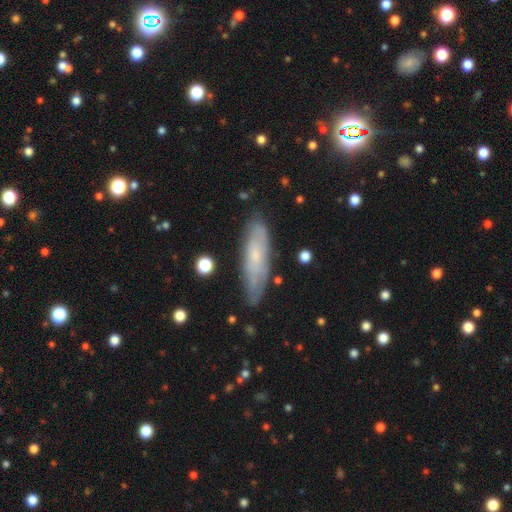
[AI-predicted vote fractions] The model was most divided on "smooth or featured": smooth: 51%, featured or disk: 41%, star or artifact: 7%. More confident: merging — none (78%); how rounded — cigar-shaped (62%).